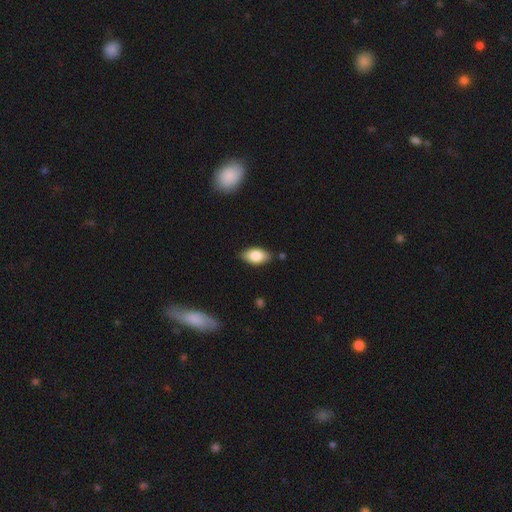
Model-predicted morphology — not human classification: Smooth or featured? smooth (81%)
How rounded? in between (92%)
Merging? none (81%)